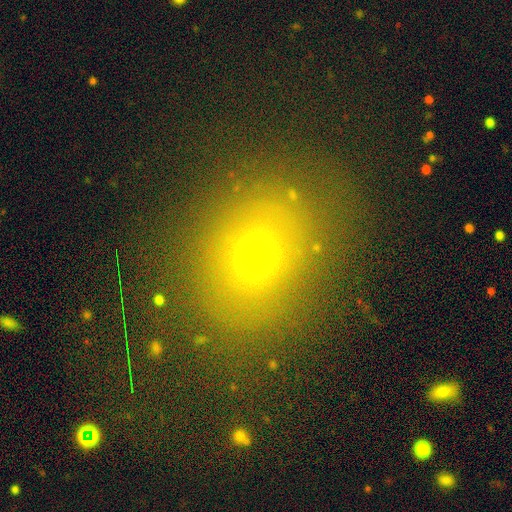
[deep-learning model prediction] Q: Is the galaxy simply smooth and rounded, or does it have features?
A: smooth — 62%.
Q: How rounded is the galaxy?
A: round — 62%.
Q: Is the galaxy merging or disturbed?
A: none — 79%.